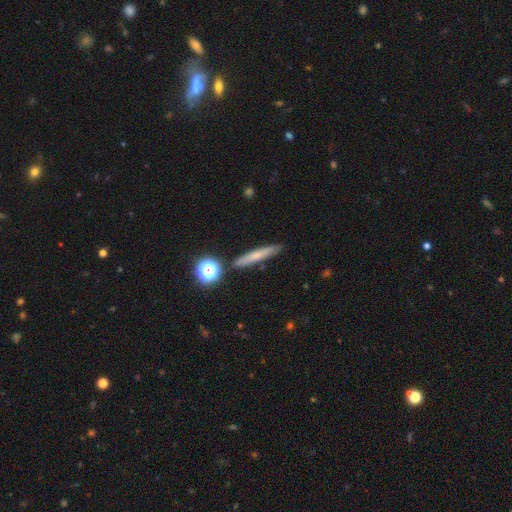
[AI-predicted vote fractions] Q: Smooth or featured?
A: smooth (63%); runner-up: featured or disk (26%)
Q: How rounded?
A: cigar-shaped (89%); runner-up: in between (5%)
Q: Merging?
A: none (87%); runner-up: minor disturbance (8%)